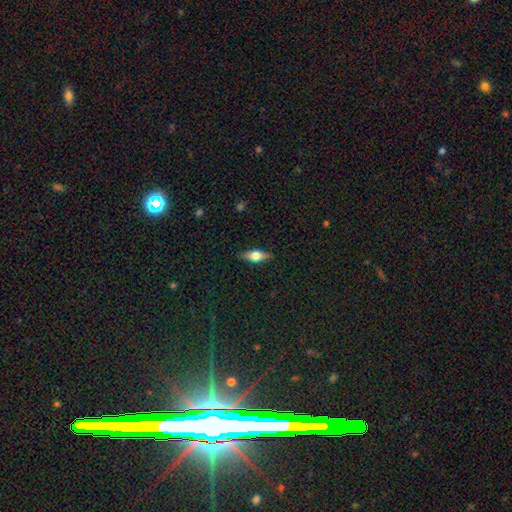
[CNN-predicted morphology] A featured or disk galaxy (47%). Merging: none (85%).